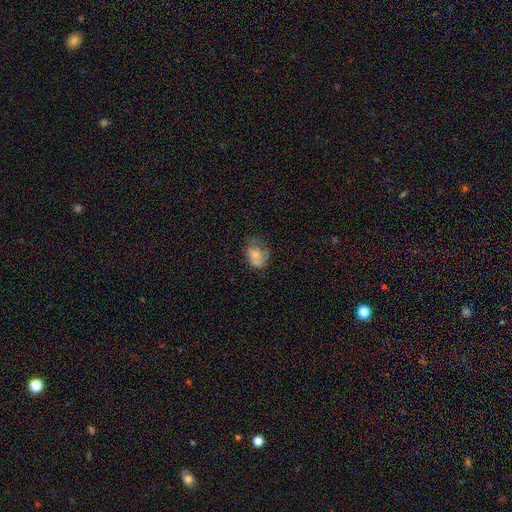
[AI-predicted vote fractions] Smooth or featured? Predicted: smooth (p=0.55). How rounded? Predicted: in between (p=0.56). Merging? Predicted: none (p=0.40).